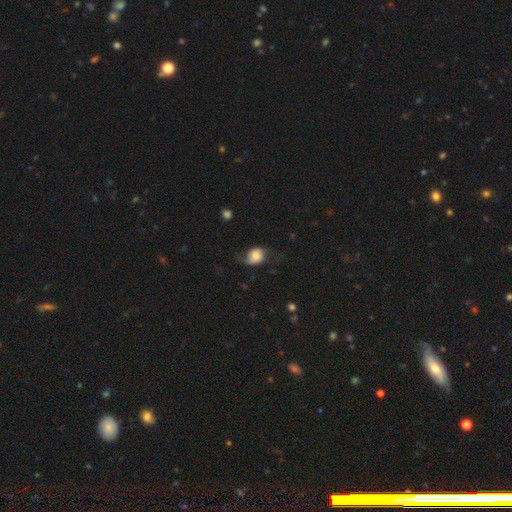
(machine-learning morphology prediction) This is likely a smooth galaxy (65%). How rounded: possibly in between (52%). Merging: possibly none (50%).